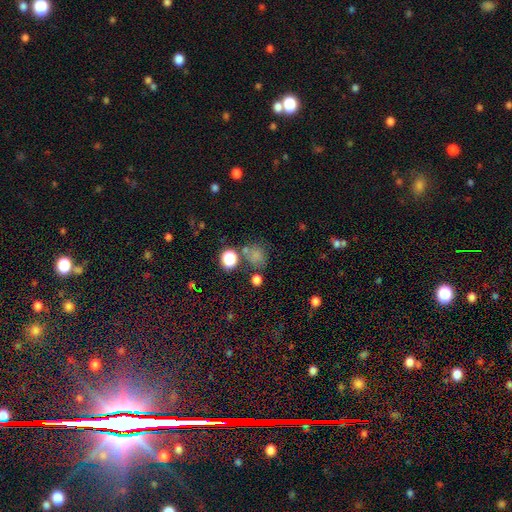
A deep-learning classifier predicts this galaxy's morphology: A smooth galaxy with no disk features (68%) that is round (72%).

Vote fractions:
- Smooth or featured? smooth: 68% / star or artifact: 23% / featured or disk: 9%
- How rounded? round: 72% / in between: 27% / cigar-shaped: 1%
- Merging? none: 60% / minor disturbance: 17% / merger: 14% / major disturbance: 9%